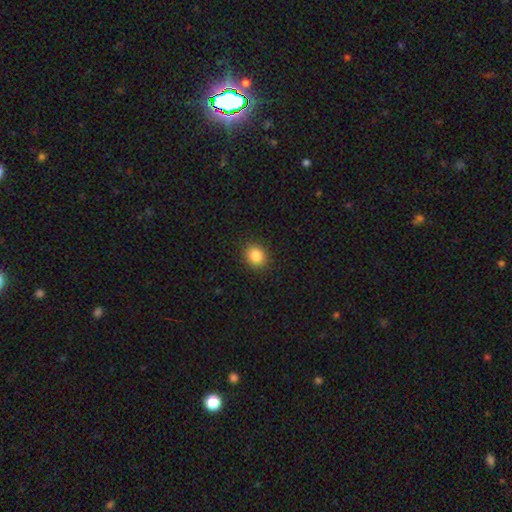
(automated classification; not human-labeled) Overall: smooth (86%). How rounded: round (68%; in between 31%). Merging: none (90%).